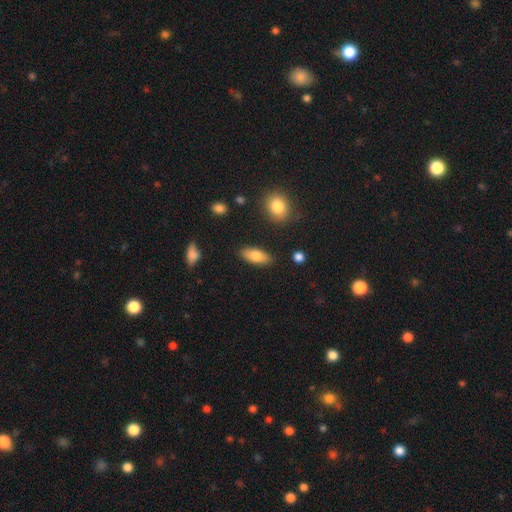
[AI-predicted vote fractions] This is likely a smooth galaxy (78%). How rounded: clearly in between (84%). Merging: clearly none (86%).